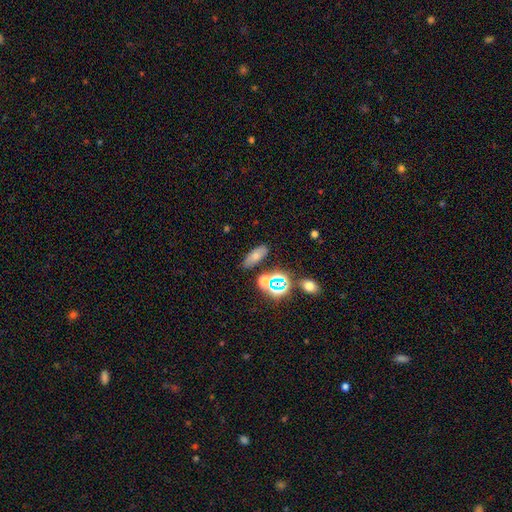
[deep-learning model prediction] The model was most divided on "smooth or featured": smooth: 64%, star or artifact: 20%, featured or disk: 17%. More confident: merging — none (79%); how rounded — in between (70%).